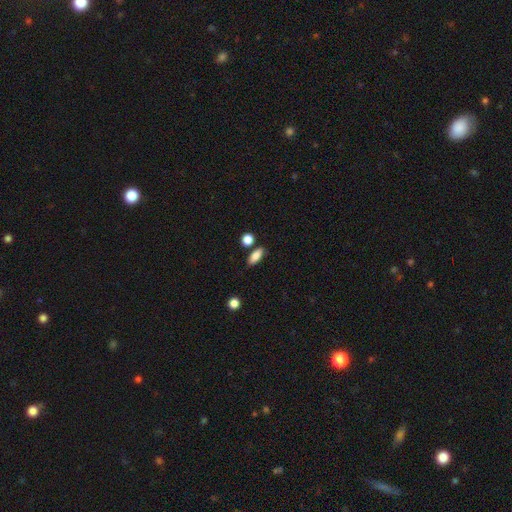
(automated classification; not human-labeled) Overall: smooth (84%). How rounded: in between (78%). Merging: none (78%).